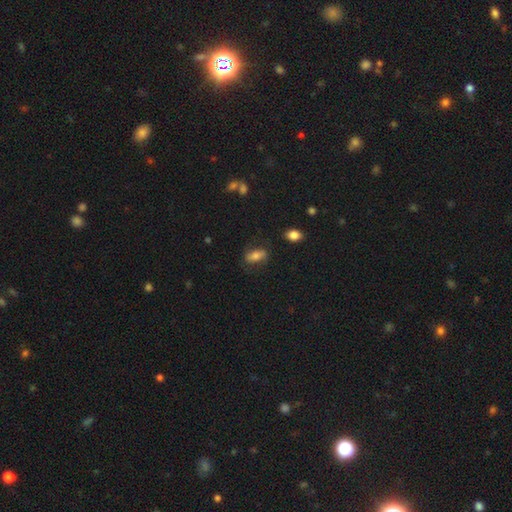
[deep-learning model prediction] Morphology: type=smooth (64%); roundness=in between (83%); merging=none (69%).